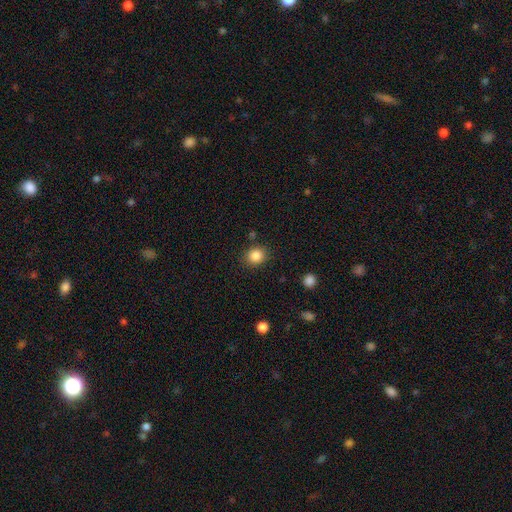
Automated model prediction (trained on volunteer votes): Q: Smooth or featured?
A: smooth (86%); runner-up: star or artifact (10%)
Q: How rounded?
A: round (76%); runner-up: in between (23%)
Q: Merging?
A: none (84%); runner-up: minor disturbance (10%)